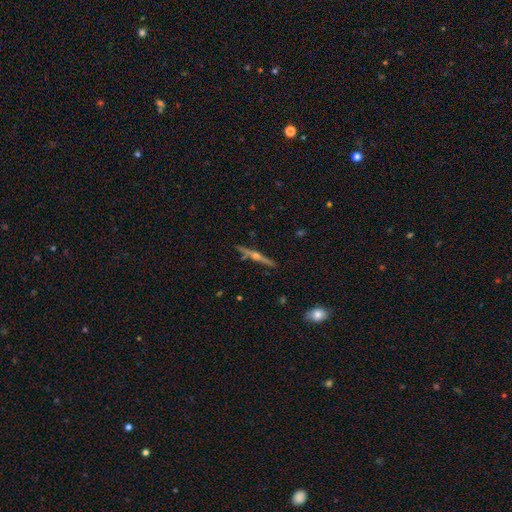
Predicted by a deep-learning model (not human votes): Overall: featured or disk (81%). Edge-on disk: yes (98%). Edge-on bulge: rounded (91%). Merging: none (89%).